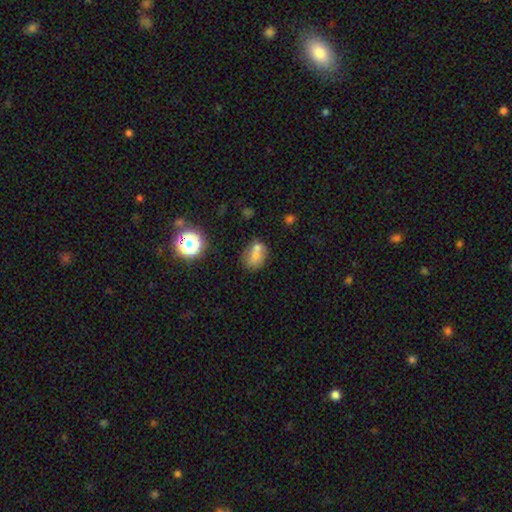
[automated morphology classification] smooth 67%, featured or disk 18%, star or artifact 15%. Down the decision tree: how rounded — in between (56%); merging — none (39%, tied with merger).